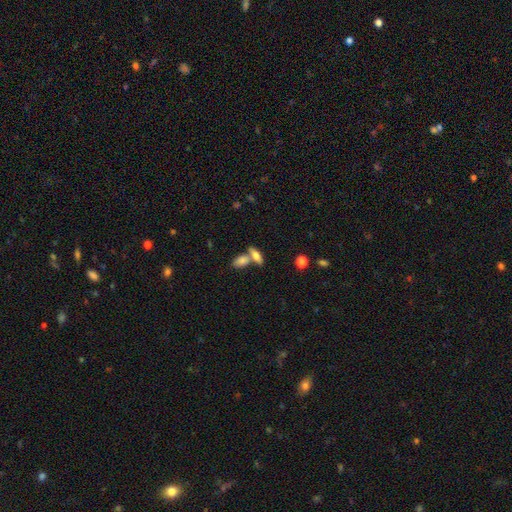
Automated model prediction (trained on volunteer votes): Q: Smooth or featured?
A: smooth (68%); runner-up: featured or disk (24%)
Q: How rounded?
A: in between (69%); runner-up: cigar-shaped (26%)
Q: Merging?
A: none (47%); runner-up: merger (40%)